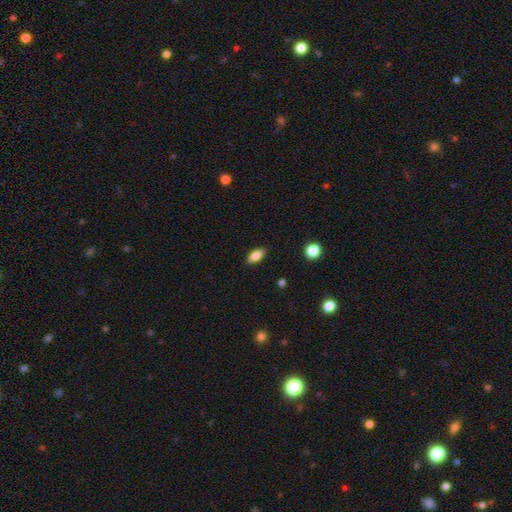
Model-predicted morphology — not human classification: This is clearly a smooth galaxy (83%). How rounded: clearly in between (83%). Merging: clearly none (87%).